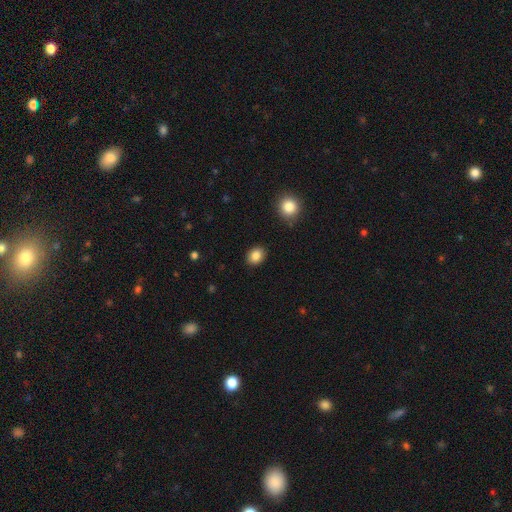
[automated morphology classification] A smooth galaxy with no disk features (86%) that is round (53%).

Vote fractions:
- Smooth or featured? smooth: 86% / star or artifact: 9% / featured or disk: 5%
- How rounded? round: 53% / in between: 46% / cigar-shaped: 1%
- Merging? none: 90% / minor disturbance: 7% / major disturbance: 2% / merger: 1%